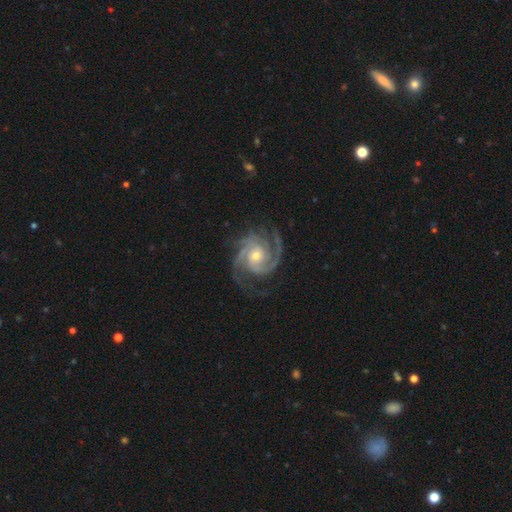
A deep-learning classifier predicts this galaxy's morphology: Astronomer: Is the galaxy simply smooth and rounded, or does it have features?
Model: featured or disk — 94%.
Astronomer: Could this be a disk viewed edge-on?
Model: no — 98%.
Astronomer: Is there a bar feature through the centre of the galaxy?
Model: no — 67%.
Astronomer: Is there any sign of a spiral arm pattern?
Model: yes — 99%.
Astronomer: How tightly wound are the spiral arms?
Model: tight — 58% (runner-up: medium, 37%).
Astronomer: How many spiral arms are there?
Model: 3 — 43% (runner-up: 2, 27%).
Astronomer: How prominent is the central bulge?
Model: moderate — 49% (runner-up: small, 47%).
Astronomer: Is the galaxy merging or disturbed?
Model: none — 77%.